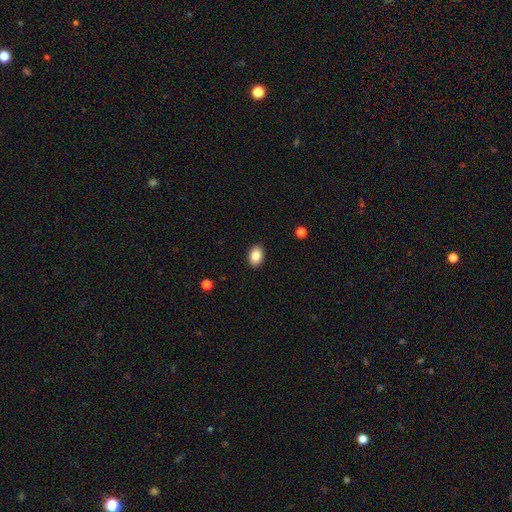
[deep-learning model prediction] Morphology: type=smooth (86%); roundness=in between (81%); merging=none (90%).